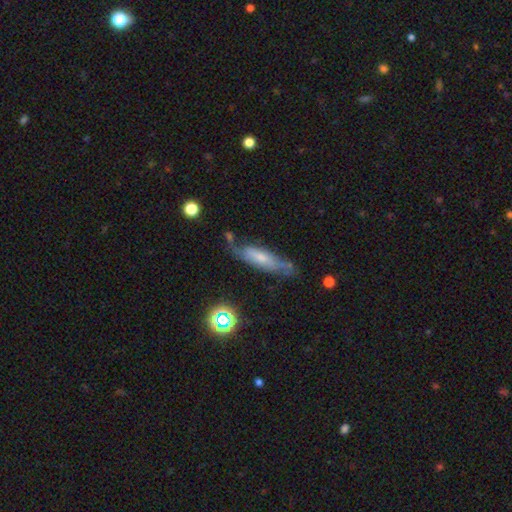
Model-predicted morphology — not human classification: This is possibly a featured or disk galaxy (57%). It is possibly not viewed edge-on (51%). Merging: likely none (69%).